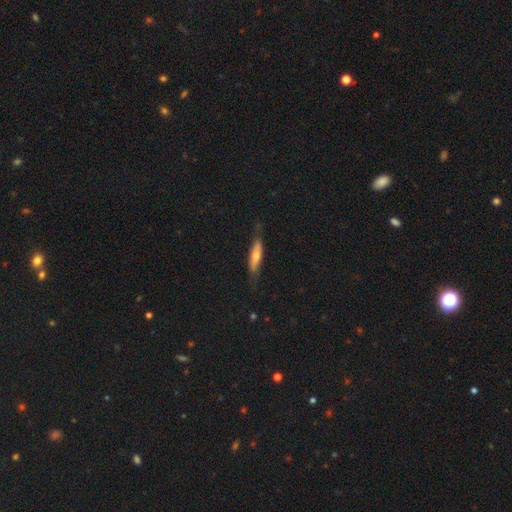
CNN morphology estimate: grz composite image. It shows a smooth galaxy with no disk features (56%) that is cigar-shaped (69%). Merging: none (70%).